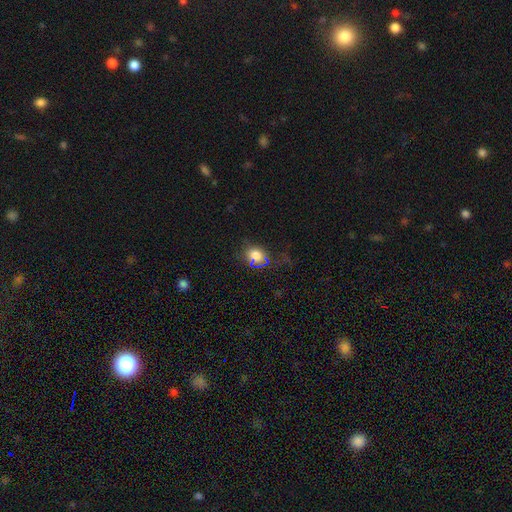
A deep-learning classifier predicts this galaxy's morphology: Smooth or featured: smooth — 66% (star or artifact — 25%)
How rounded: round — 53% (in between — 44%)
Merging: none — 68% (minor disturbance — 18%)